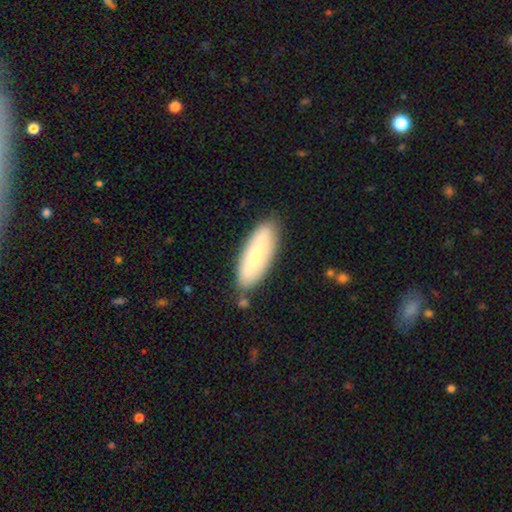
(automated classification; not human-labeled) Smooth or featured?
  - smooth: 61% *
  - featured or disk: 33%
  - star or artifact: 6%
How rounded?
  - in between: 66% *
  - cigar-shaped: 32%
  - round: 2%
Merging?
  - none: 82% *
  - minor disturbance: 13%
  - merger: 3%
  - major disturbance: 3%